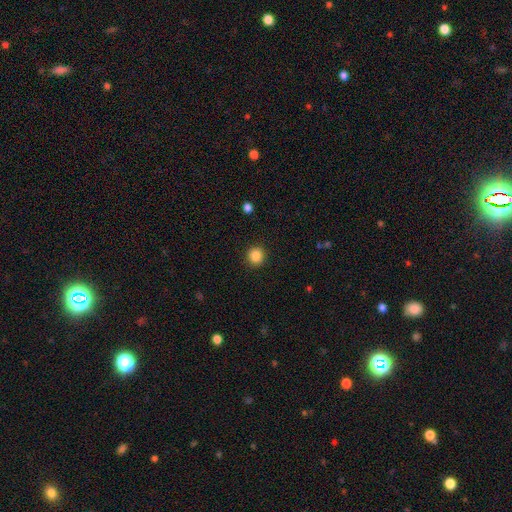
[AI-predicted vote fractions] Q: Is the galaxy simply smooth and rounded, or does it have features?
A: smooth — 86%.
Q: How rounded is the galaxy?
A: round — 91%.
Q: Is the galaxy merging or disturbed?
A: none — 92%.